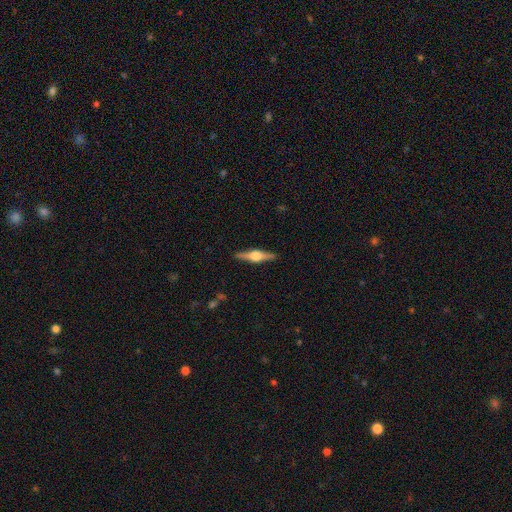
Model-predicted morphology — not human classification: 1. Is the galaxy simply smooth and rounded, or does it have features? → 75% featured or disk, 19% smooth, 6% star or artifact.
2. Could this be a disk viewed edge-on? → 98% yes, 2% no.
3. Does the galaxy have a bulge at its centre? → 91% rounded, 7% boxy, 2% none.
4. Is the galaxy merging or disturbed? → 90% none, 7% minor disturbance, 2% major disturbance, 1% merger.